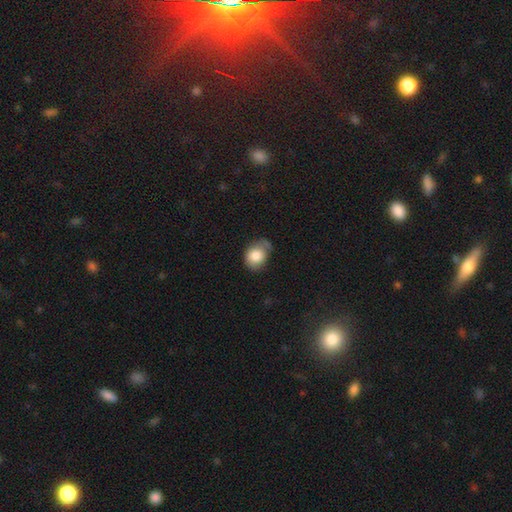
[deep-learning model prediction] Smooth or featured? Predicted: smooth (p=0.81). How rounded? Predicted: round (p=0.50). Merging? Predicted: none (p=0.46).